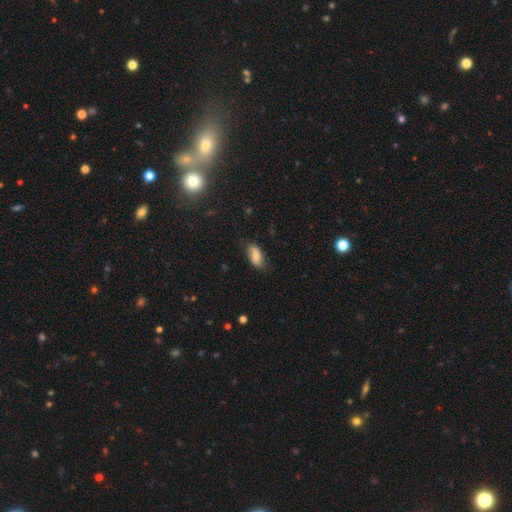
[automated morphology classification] The model was most divided on "merging": none: 75%, minor disturbance: 20%, major disturbance: 4%, merger: 1%. More confident: how rounded — in between (87%); smooth or featured — smooth (77%).